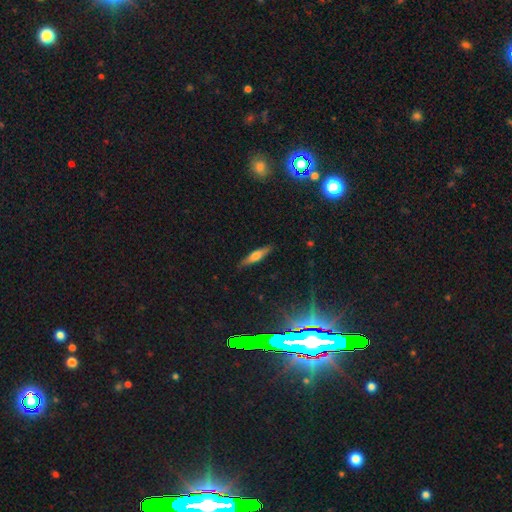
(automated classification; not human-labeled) Smooth or featured?
  - smooth: 50% *
  - featured or disk: 41%
  - star or artifact: 9%
How rounded?
  - cigar-shaped: 79% *
  - in between: 19%
  - round: 2%
Merging?
  - none: 87% *
  - minor disturbance: 10%
  - major disturbance: 2%
  - merger: 1%